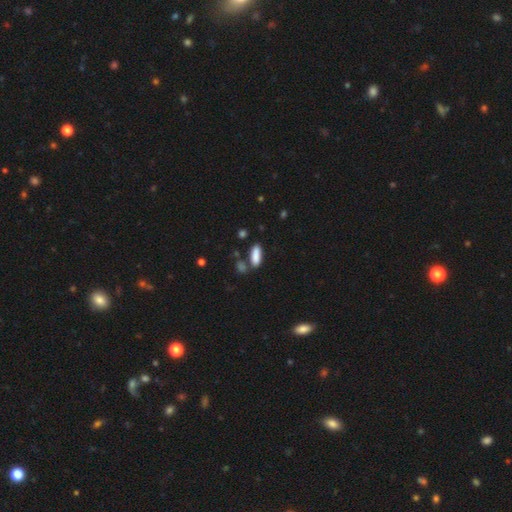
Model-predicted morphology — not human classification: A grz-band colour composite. It shows a smooth galaxy with no disk features (87%) that is in between round and cigar-shaped (57%). Merging: none (67%).